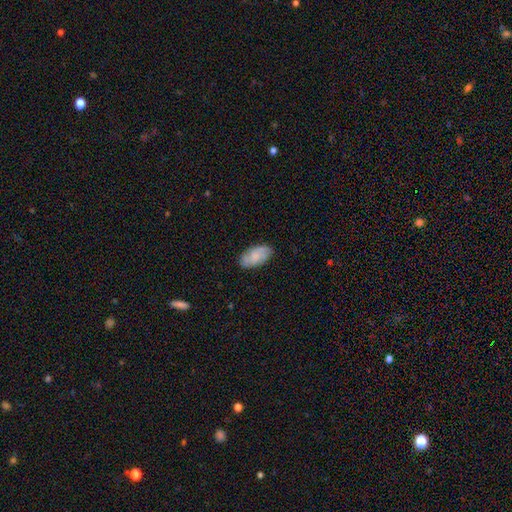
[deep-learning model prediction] smooth-or-featured: smooth: 69% | featured or disk: 25% | star or artifact: 7%
  how-rounded: in between: 95% | round: 3% | cigar-shaped: 2%
  merging: none: 81% | minor disturbance: 15% | major disturbance: 3% | merger: 1%